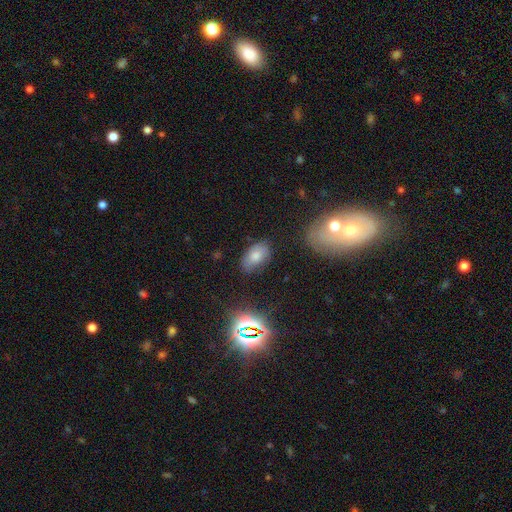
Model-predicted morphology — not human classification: This appears to be a smooth galaxy with no disk features (60%) that is in between round and cigar-shaped (90%). Merging: none (78%).